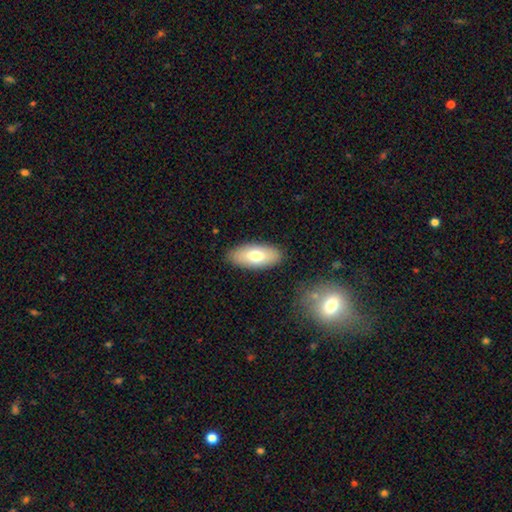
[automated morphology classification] smooth-or-featured: smooth: 72% | featured or disk: 22% | star or artifact: 6%
  how-rounded: in between: 88% | cigar-shaped: 9% | round: 2%
  merging: none: 88% | minor disturbance: 9% | major disturbance: 2% | merger: 1%